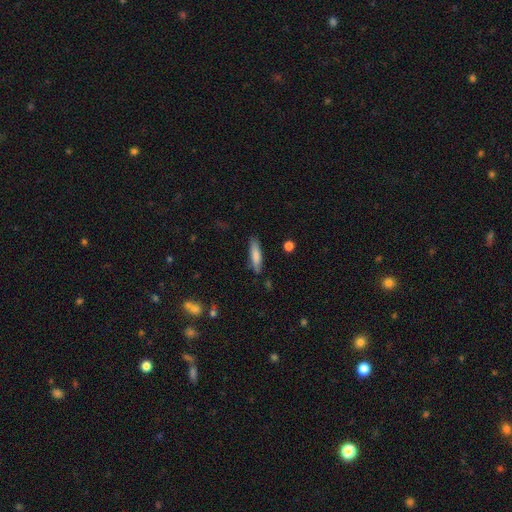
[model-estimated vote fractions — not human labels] A smooth galaxy with no disk features (78%) that is cigar-shaped (75%).

Vote fractions:
- Smooth or featured? smooth: 78% / featured or disk: 16% / star or artifact: 6%
- How rounded? cigar-shaped: 75% / in between: 24% / round: 2%
- Merging? none: 81% / minor disturbance: 14% / major disturbance: 3% / merger: 2%